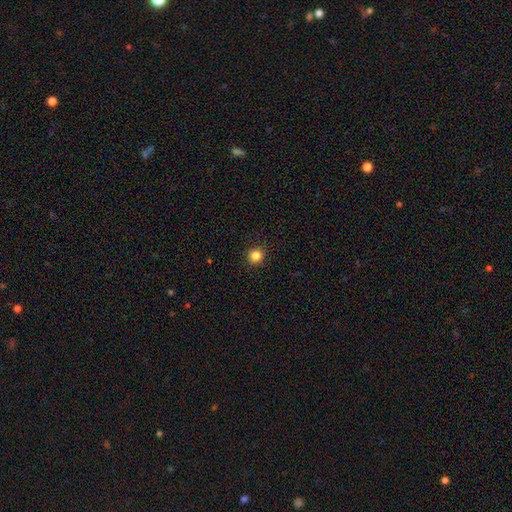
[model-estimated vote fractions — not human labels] Smooth or featured? Predicted: smooth (p=0.84). How rounded? Predicted: round (p=0.93). Merging? Predicted: none (p=0.92).